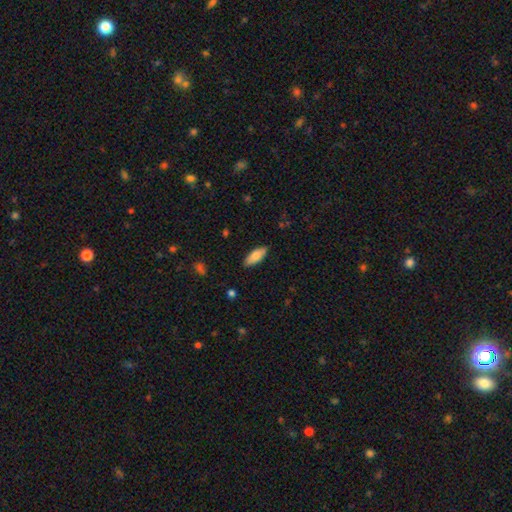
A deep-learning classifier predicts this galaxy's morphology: Q: Smooth or featured?
A: smooth (81%); runner-up: featured or disk (13%)
Q: How rounded?
A: in between (77%); runner-up: cigar-shaped (22%)
Q: Merging?
A: none (88%); runner-up: minor disturbance (10%)